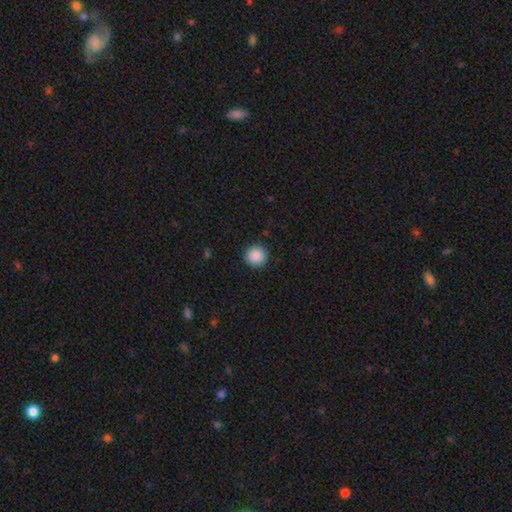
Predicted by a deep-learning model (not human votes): Smooth or featured?
  - smooth: 89% *
  - star or artifact: 9%
  - featured or disk: 2%
How rounded?
  - round: 96% *
  - in between: 3%
  - cigar-shaped: 1%
Merging?
  - none: 92% *
  - minor disturbance: 5%
  - major disturbance: 2%
  - merger: 1%